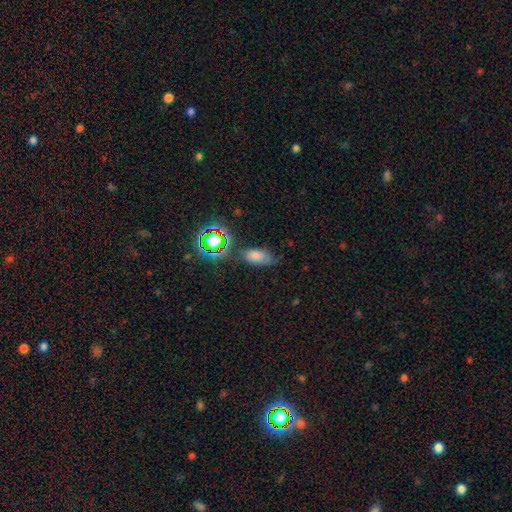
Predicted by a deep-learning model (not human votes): smooth_or_featured: smooth (p=0.60) [alt: star or artifact p=0.29]
how_rounded: in between (p=0.84) [alt: round p=0.09]
merging: none (p=0.67) [alt: minor disturbance p=0.21]